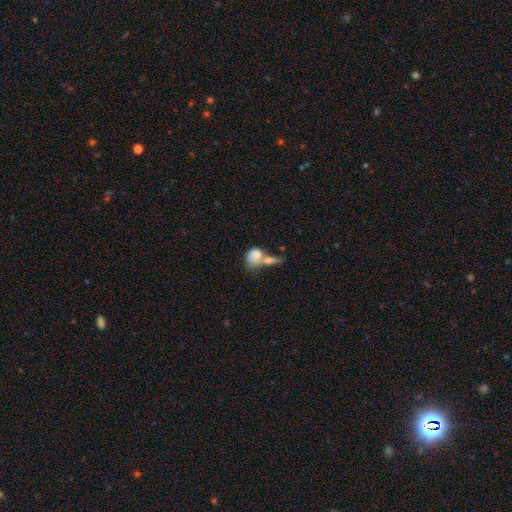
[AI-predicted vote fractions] This is likely a smooth galaxy (71%). How rounded: likely in between (62%). Merging: likely merger (64%).